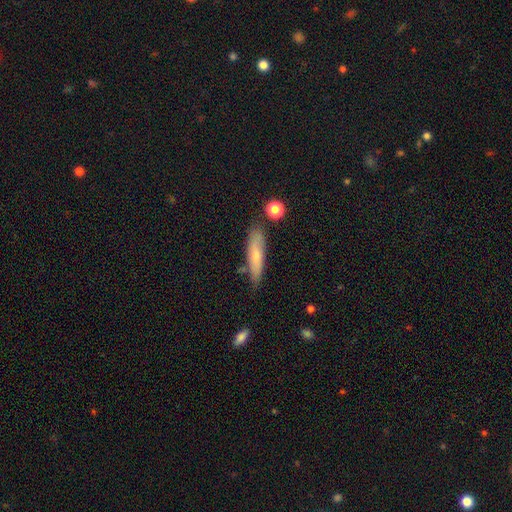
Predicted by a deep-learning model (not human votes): smooth 66%, featured or disk 27%, star or artifact 7%. Down the decision tree: how rounded — cigar-shaped (80%); merging — none (74%).